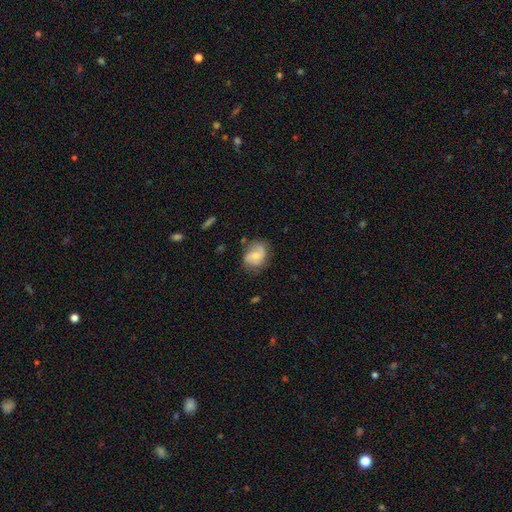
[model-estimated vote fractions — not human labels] Smooth or featured: featured or disk — 60% (smooth — 33%)
Edge-on disk: no — 97% (yes — 3%)
Bar: no — 56% (weak — 36%)
Spiral arms: yes — 87% (no — 13%)
Spiral winding: medium — 44% (loose — 31%)
Spiral arm count: 2 — 77% (can't tell — 11%)
Bulge size: moderate — 49% (small — 44%)
Merging: none — 65% (minor disturbance — 24%)